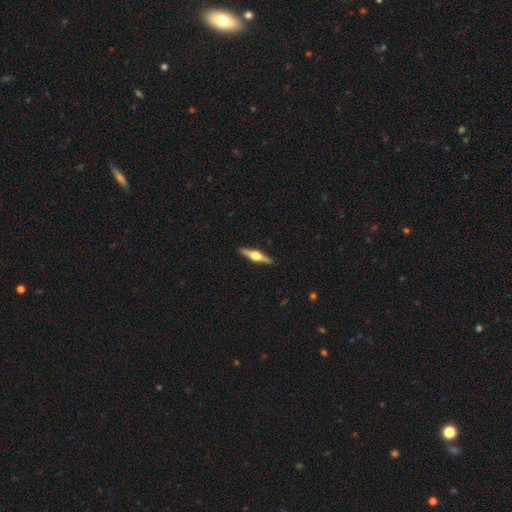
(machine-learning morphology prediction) Smooth or featured? featured or disk (75%)
Edge-on disk? yes (98%)
Edge-on bulge? rounded (95%)
Merging? none (92%)